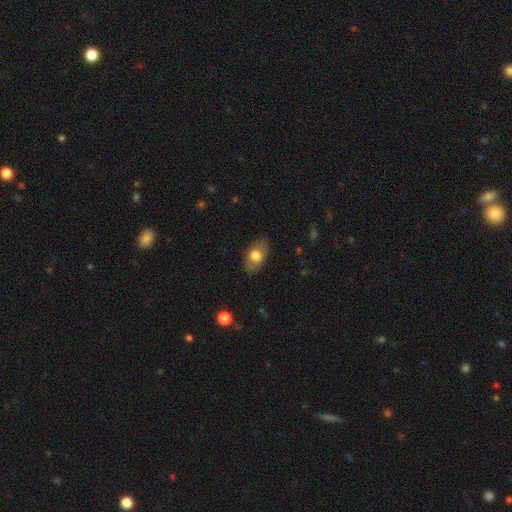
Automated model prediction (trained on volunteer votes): Smooth or featured: smooth — 73% (featured or disk — 20%)
How rounded: in between — 86% (round — 12%)
Merging: none — 82% (minor disturbance — 13%)